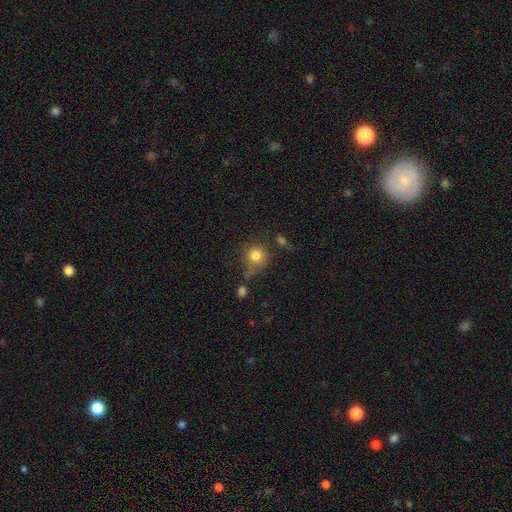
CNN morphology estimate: A smooth galaxy with no disk features (80%) that is round (88%).

Vote fractions:
- Smooth or featured? smooth: 80% / star or artifact: 11% / featured or disk: 10%
- How rounded? round: 88% / in between: 11% / cigar-shaped: 1%
- Merging? none: 54% / minor disturbance: 22% / major disturbance: 12% / merger: 11%